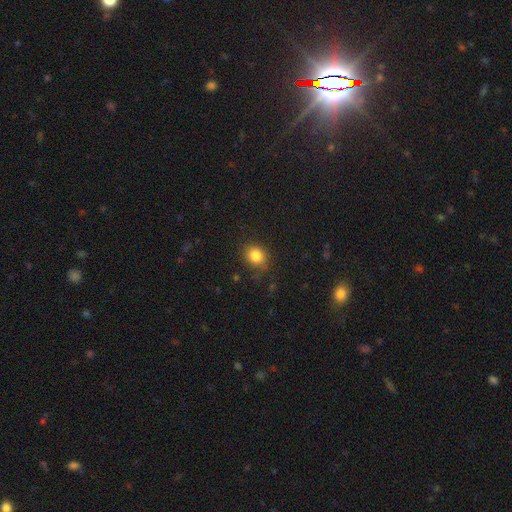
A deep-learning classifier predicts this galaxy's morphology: type=smooth (84%); roundness=round (66%); merging=none (80%).